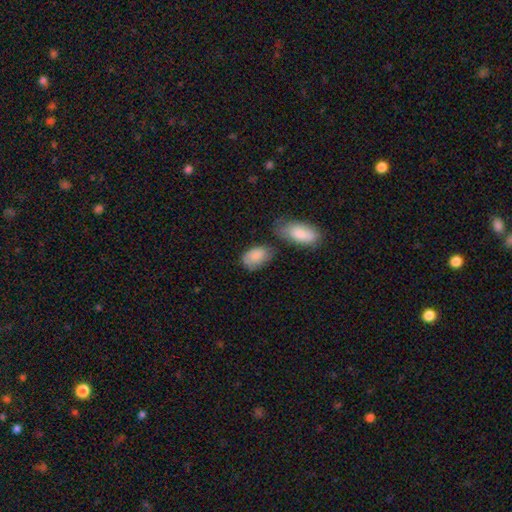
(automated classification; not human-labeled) smooth-or-featured: smooth: 85% | featured or disk: 9% | star or artifact: 6%
  how-rounded: in between: 91% | round: 7% | cigar-shaped: 2%
  merging: none: 50% | minor disturbance: 27% | merger: 14% | major disturbance: 9%